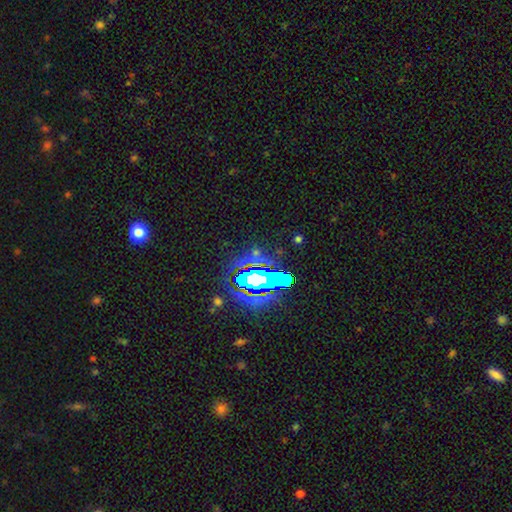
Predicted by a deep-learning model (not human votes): Smooth or featured? Predicted: star or artifact (p=0.60).